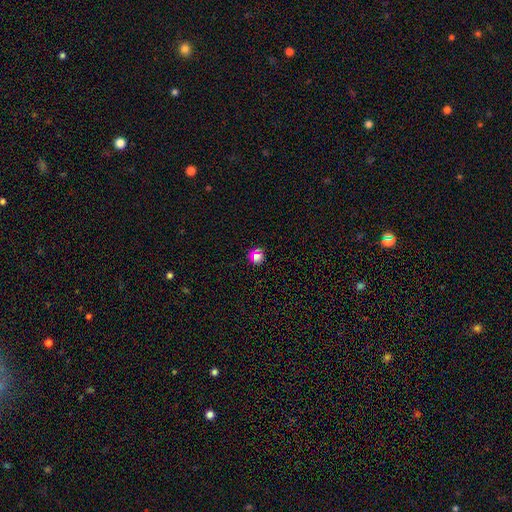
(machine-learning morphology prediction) Smooth or featured? Predicted: smooth (p=0.60). How rounded? Predicted: round (p=0.91). Merging? Predicted: none (p=0.87).